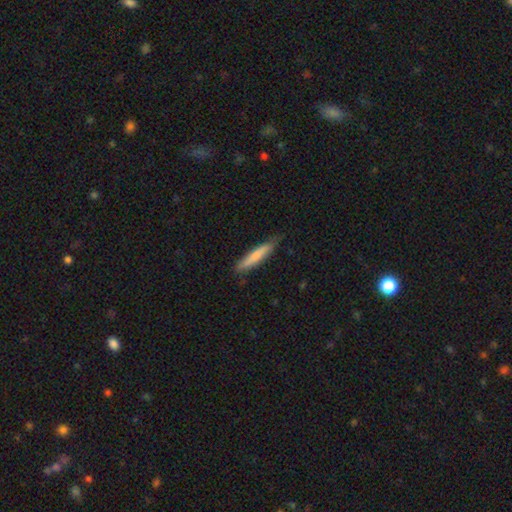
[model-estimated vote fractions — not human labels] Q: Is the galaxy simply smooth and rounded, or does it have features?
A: smooth — 73%.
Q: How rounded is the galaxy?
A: cigar-shaped — 90%.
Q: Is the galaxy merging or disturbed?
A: none — 78%.